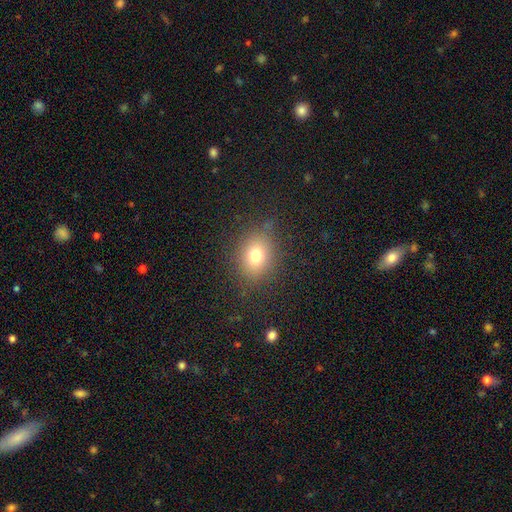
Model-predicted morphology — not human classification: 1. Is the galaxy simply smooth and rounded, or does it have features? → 74% smooth, 15% star or artifact, 11% featured or disk.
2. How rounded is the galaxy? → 58% round, 41% in between, 1% cigar-shaped.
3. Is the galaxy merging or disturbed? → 82% none, 12% minor disturbance, 5% major disturbance, 1% merger.